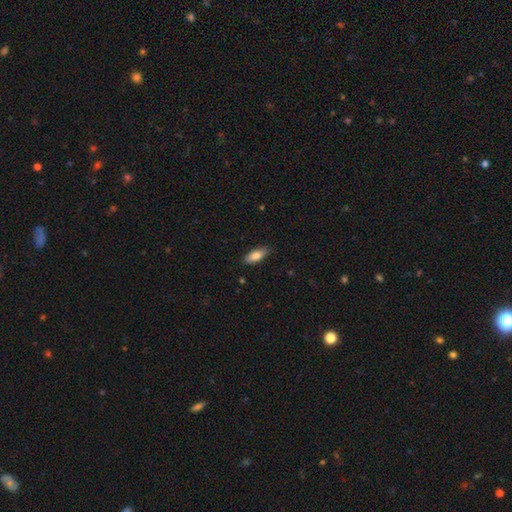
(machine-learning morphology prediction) A smooth galaxy with no disk features (81%) that is in between round and cigar-shaped (75%).

Vote fractions:
- Smooth or featured? smooth: 81% / featured or disk: 12% / star or artifact: 6%
- How rounded? in between: 75% / cigar-shaped: 23% / round: 2%
- Merging? none: 86% / minor disturbance: 11% / major disturbance: 2% / merger: 1%